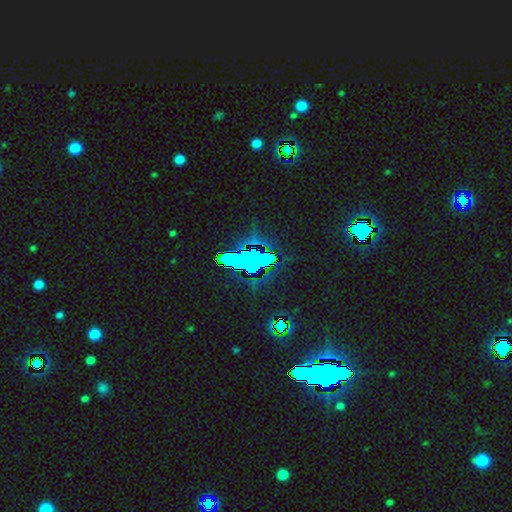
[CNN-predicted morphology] Smooth or featured? star or artifact (68%)